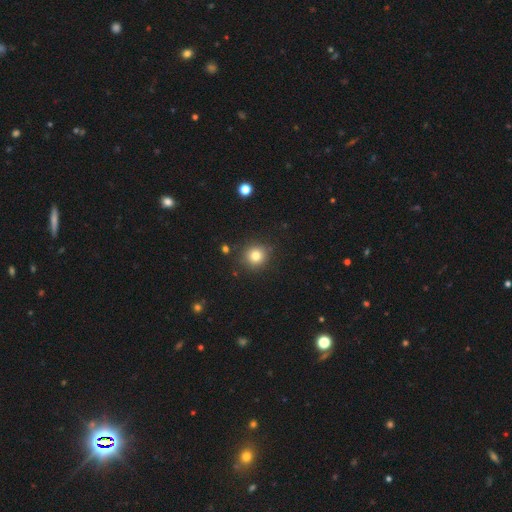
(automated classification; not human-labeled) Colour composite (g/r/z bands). It shows a smooth galaxy with no disk features (80%) that is round (91%). Merging: none (88%).